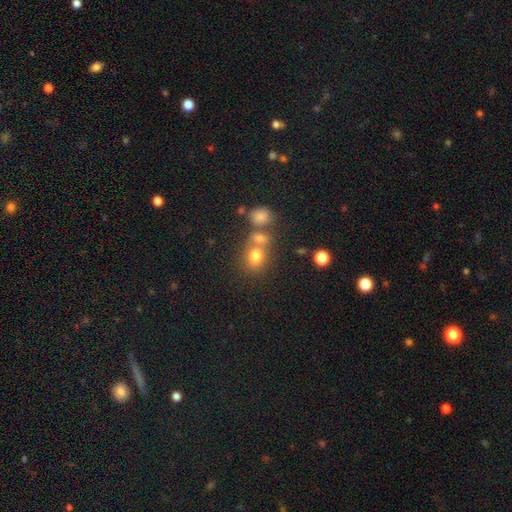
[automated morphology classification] Smooth or featured: smooth — 73% (star or artifact — 16%)
How rounded: round — 62% (in between — 37%)
Merging: none — 47% (merger — 37%)